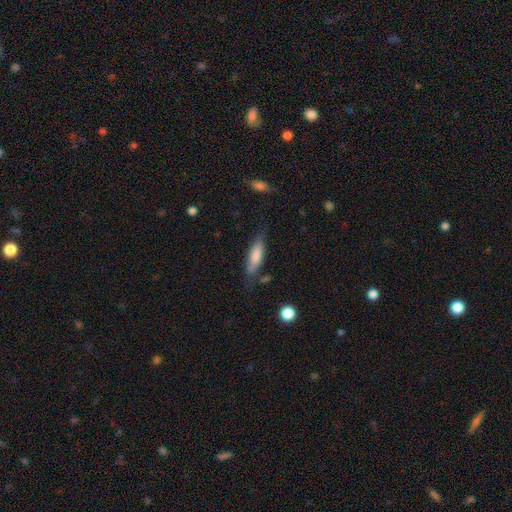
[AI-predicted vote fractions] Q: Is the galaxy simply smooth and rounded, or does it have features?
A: smooth — 64%.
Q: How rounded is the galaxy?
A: cigar-shaped — 62%.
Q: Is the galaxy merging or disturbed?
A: none — 71%.